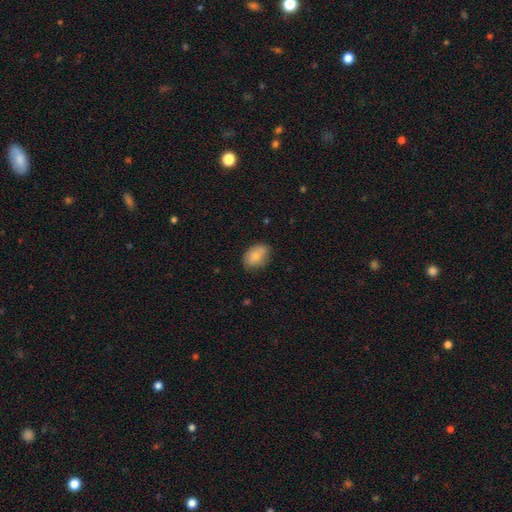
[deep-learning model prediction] Smooth or featured? smooth (80%)
How rounded? in between (83%)
Merging? none (71%)